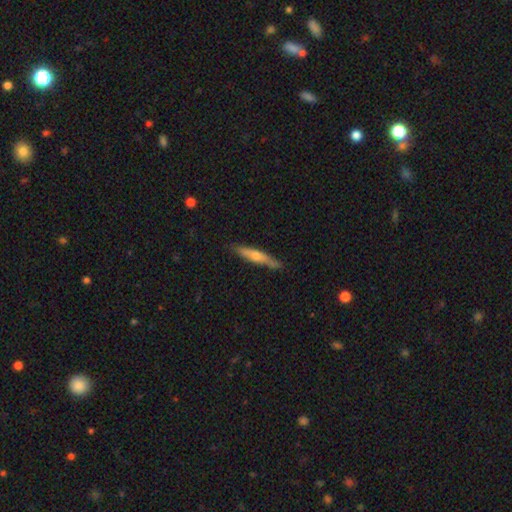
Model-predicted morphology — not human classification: Q: Smooth or featured?
A: featured or disk (49%); runner-up: smooth (45%)
Q: Merging?
A: none (83%); runner-up: minor disturbance (13%)